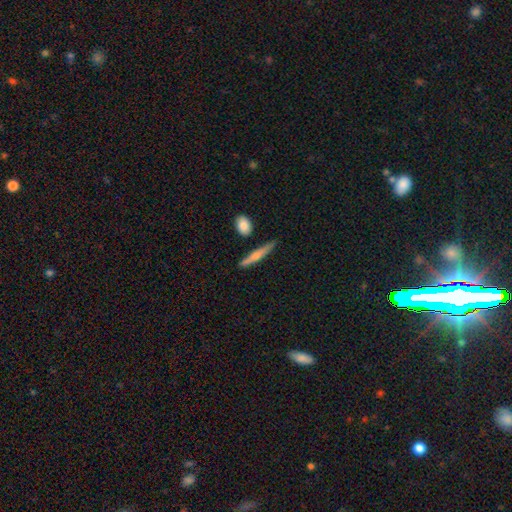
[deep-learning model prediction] A smooth galaxy with no disk features (54%) that is cigar-shaped (89%). Merging: none (80%).